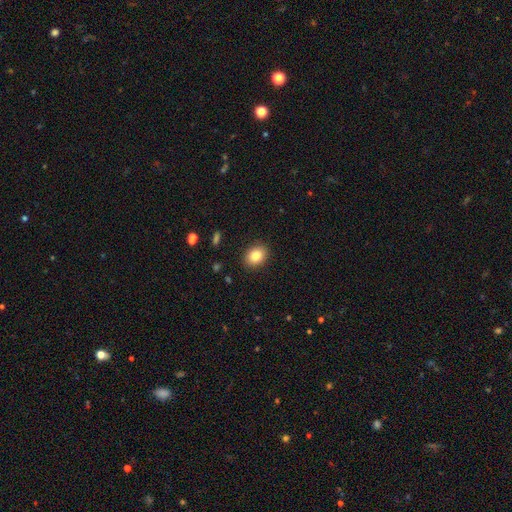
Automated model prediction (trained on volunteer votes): Morphology: type=smooth (85%); roundness=in between (64%); merging=none (89%).